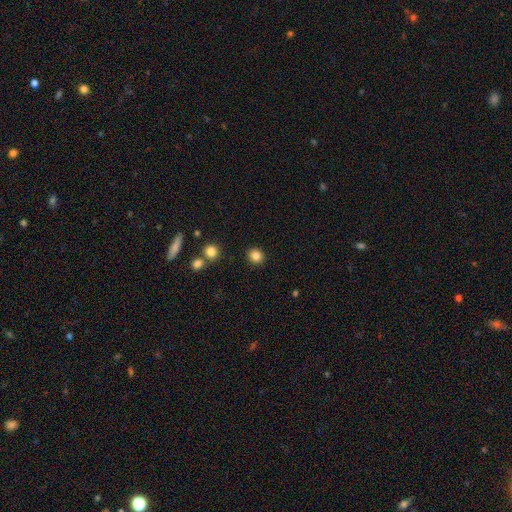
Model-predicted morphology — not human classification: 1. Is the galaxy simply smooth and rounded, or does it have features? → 84% smooth, 11% star or artifact, 5% featured or disk.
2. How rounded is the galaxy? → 81% round, 18% in between, 1% cigar-shaped.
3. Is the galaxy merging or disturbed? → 89% none, 6% minor disturbance, 2% merger, 2% major disturbance.